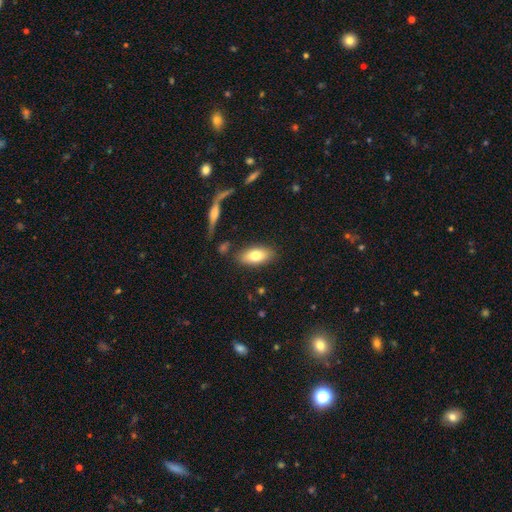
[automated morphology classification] Overall: smooth (76%). How rounded: in between (89%). Merging: none (83%).